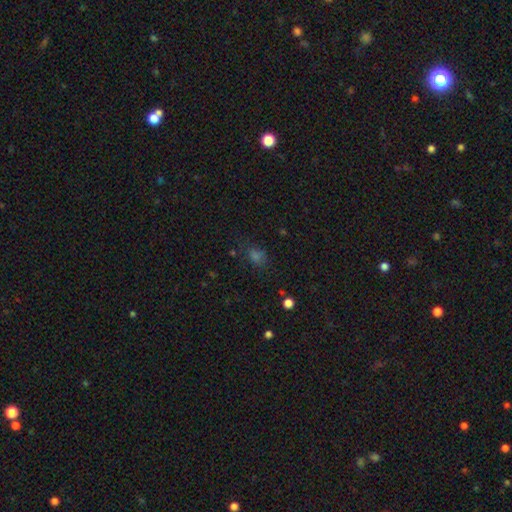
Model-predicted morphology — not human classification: Smooth or featured?
  - smooth: 57% *
  - star or artifact: 34%
  - featured or disk: 8%
How rounded?
  - in between: 56% *
  - round: 42%
  - cigar-shaped: 2%
Merging?
  - none: 73% *
  - minor disturbance: 17%
  - major disturbance: 7%
  - merger: 3%